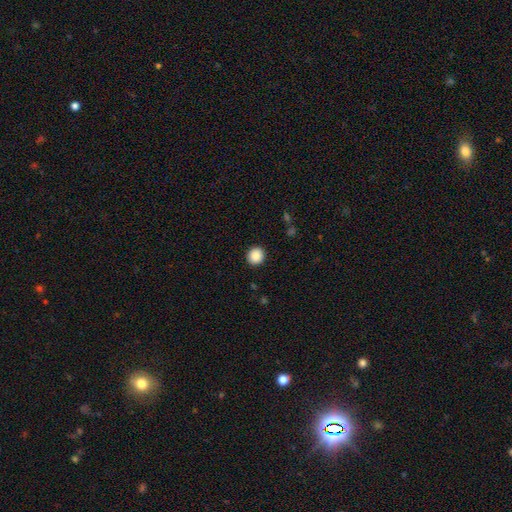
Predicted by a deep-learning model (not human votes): The model was most divided on "smooth or featured": smooth: 89%, star or artifact: 8%, featured or disk: 3%. More confident: merging — none (92%); how rounded — round (92%).